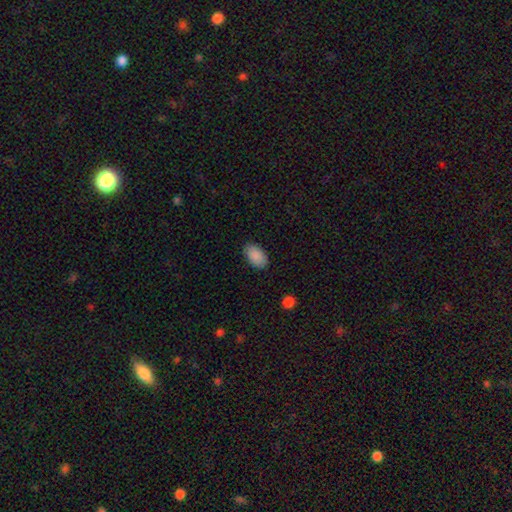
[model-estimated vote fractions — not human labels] The model was most divided on "merging": none: 86%, minor disturbance: 11%, major disturbance: 2%, merger: 1%. More confident: how rounded — in between (93%); smooth or featured — smooth (89%).